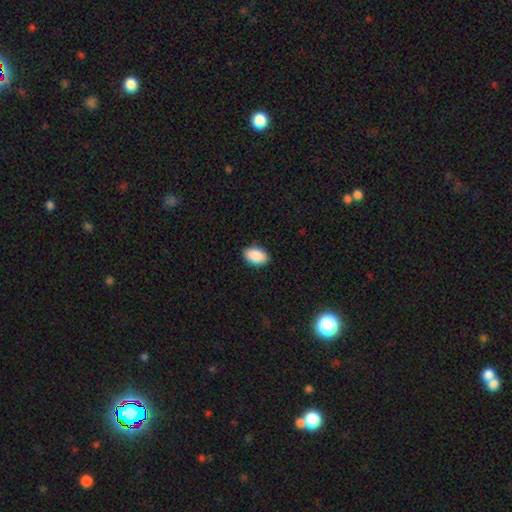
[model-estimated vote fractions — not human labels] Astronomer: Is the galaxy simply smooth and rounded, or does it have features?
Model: smooth — 90%.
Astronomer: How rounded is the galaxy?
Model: in between — 91%.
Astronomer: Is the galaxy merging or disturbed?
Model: none — 88%.